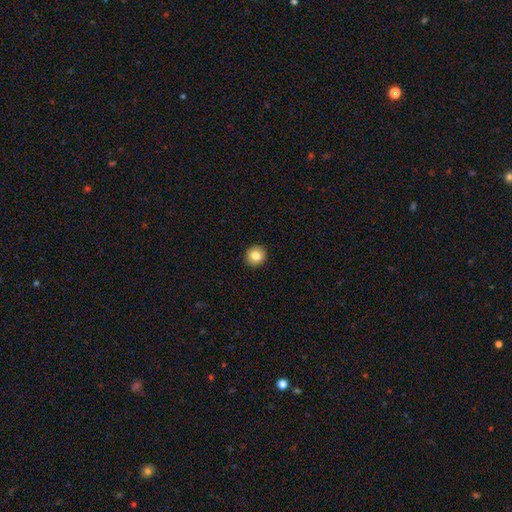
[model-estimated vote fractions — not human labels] Smooth or featured?
  - smooth: 83% *
  - star or artifact: 9%
  - featured or disk: 8%
How rounded?
  - round: 91% *
  - in between: 8%
  - cigar-shaped: 1%
Merging?
  - none: 93% *
  - minor disturbance: 5%
  - major disturbance: 1%
  - merger: 1%